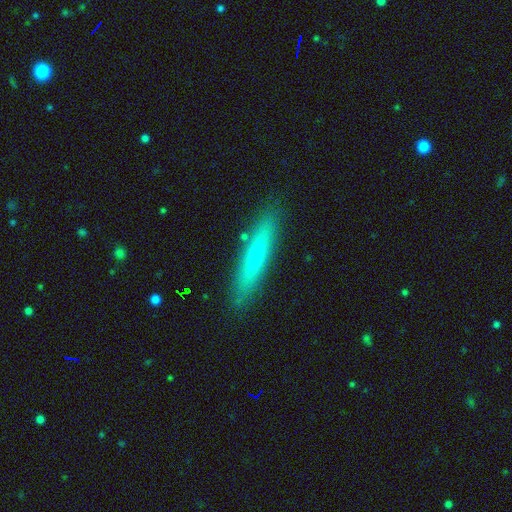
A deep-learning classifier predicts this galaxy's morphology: Smooth or featured?
  - featured or disk: 48% *
  - smooth: 45%
  - star or artifact: 7%
Merging?
  - none: 88% *
  - minor disturbance: 8%
  - major disturbance: 2%
  - merger: 2%